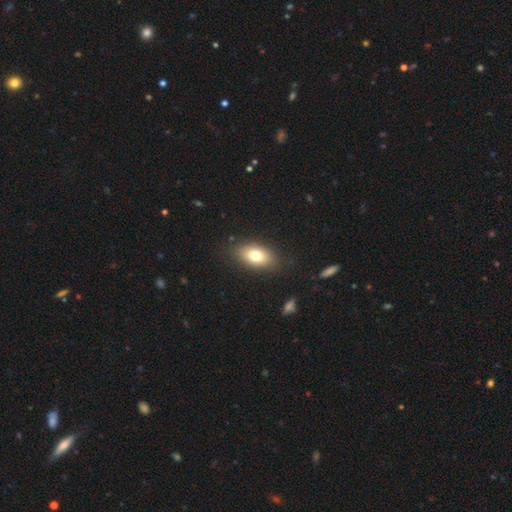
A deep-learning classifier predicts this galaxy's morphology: A smooth galaxy with no disk features (75%) that is in between round and cigar-shaped (88%).

Vote fractions:
- Smooth or featured? smooth: 75% / featured or disk: 16% / star or artifact: 9%
- How rounded? in between: 88% / round: 9% / cigar-shaped: 3%
- Merging? none: 85% / minor disturbance: 11% / major disturbance: 3% / merger: 1%